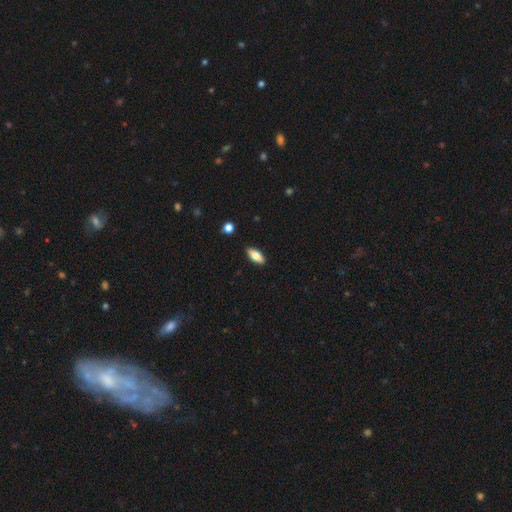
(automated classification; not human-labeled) This appears to be a smooth galaxy with no disk features (69%) that is in between round and cigar-shaped (77%). Merging: none (89%).